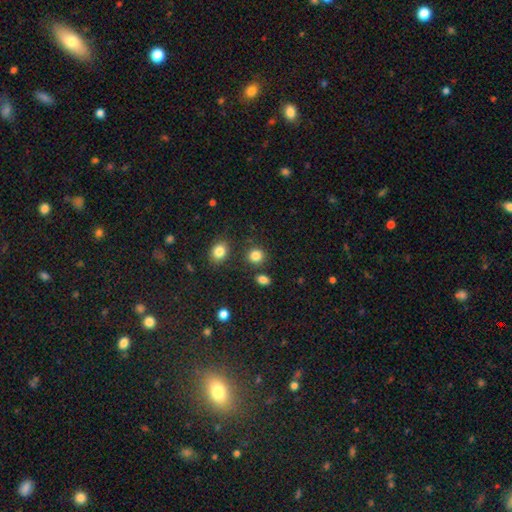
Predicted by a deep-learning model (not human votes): Morphology: type=smooth (84%); roundness=round (84%); merging=none (83%).